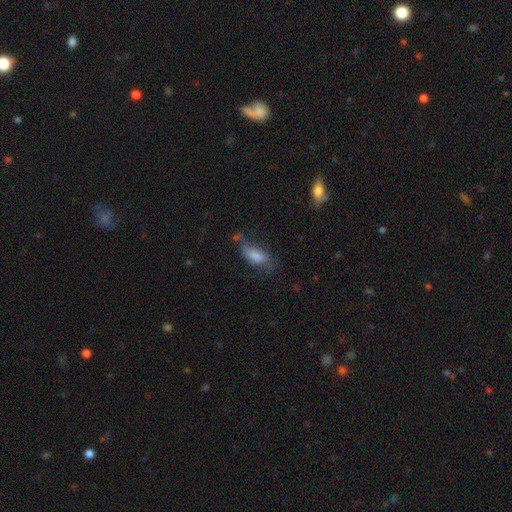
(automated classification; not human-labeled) Smooth or featured? smooth (63%)
How rounded? in between (81%)
Merging? none (48%)